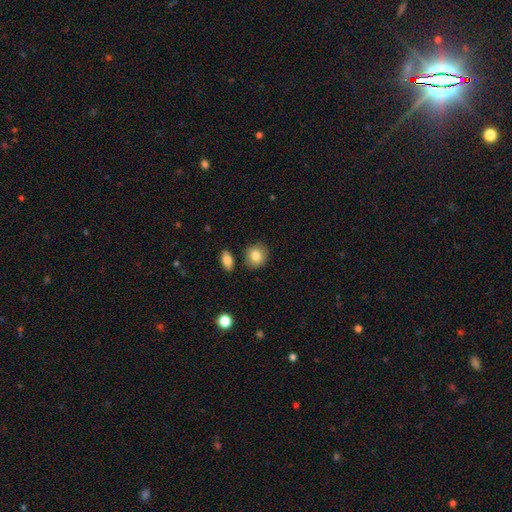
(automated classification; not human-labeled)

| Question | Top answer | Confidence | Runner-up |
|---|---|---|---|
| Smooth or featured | smooth | 84% | star or artifact (8%) |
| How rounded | round | 75% | in between (24%) |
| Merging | none | 83% | minor disturbance (10%) |